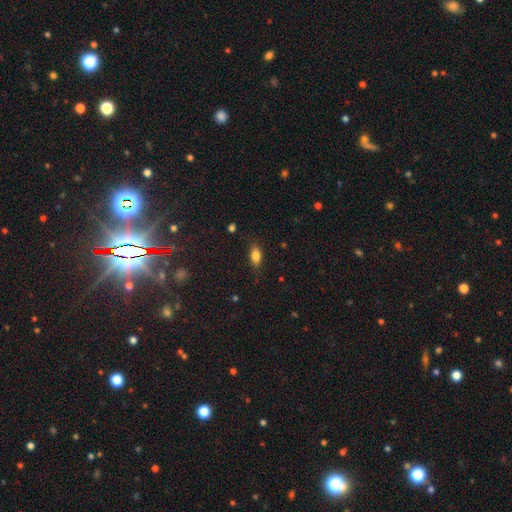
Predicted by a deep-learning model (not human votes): Q: Smooth or featured?
A: smooth (82%); runner-up: star or artifact (9%)
Q: How rounded?
A: in between (86%); runner-up: cigar-shaped (7%)
Q: Merging?
A: none (81%); runner-up: minor disturbance (14%)